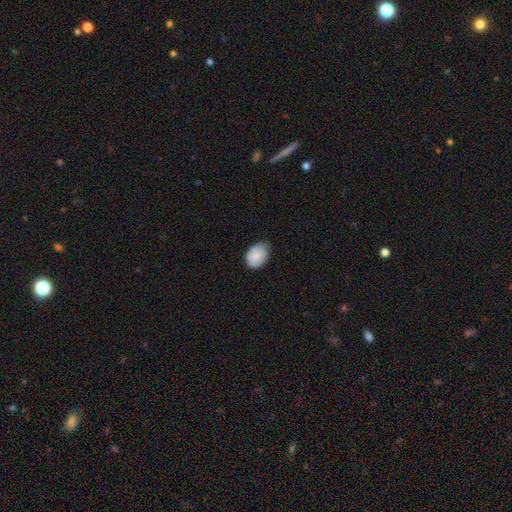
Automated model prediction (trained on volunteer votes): This is clearly a smooth galaxy (86%). How rounded: likely in between (69%). Merging: possibly none (60%).